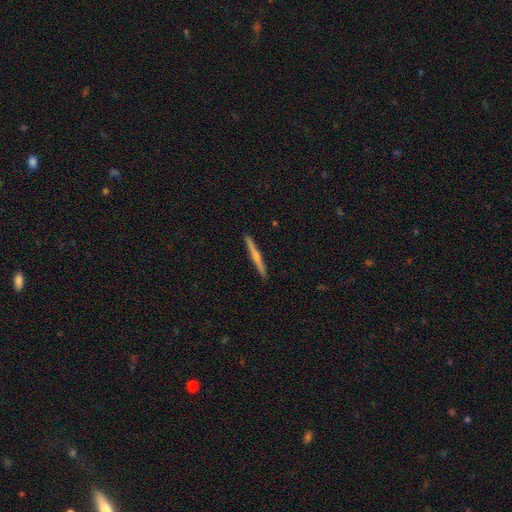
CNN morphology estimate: A featured or disk galaxy (50%). Merging: none (92%).